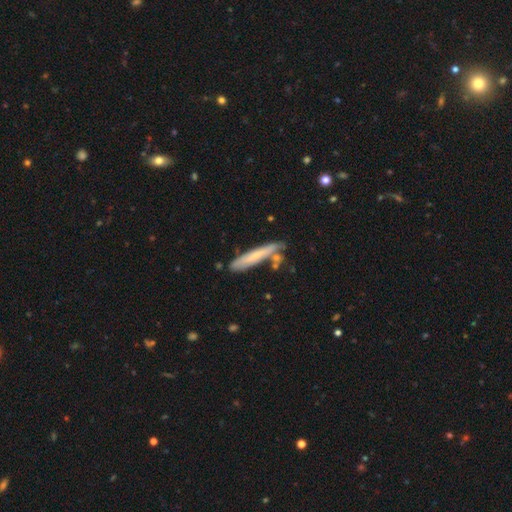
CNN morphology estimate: Smooth or featured: smooth — 60% (featured or disk — 34%)
How rounded: cigar-shaped — 92% (in between — 7%)
Merging: none — 72% (minor disturbance — 17%)